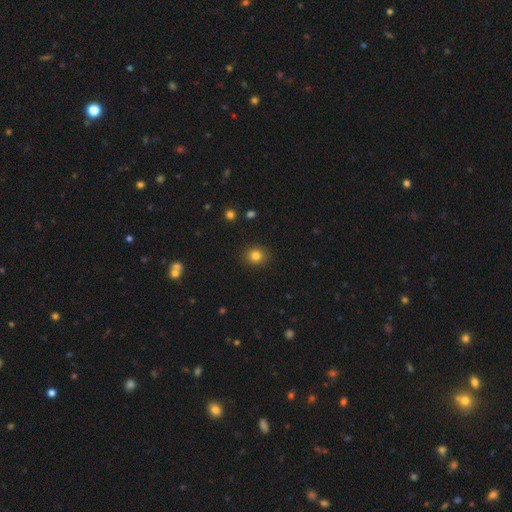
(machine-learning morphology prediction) smooth 82%, star or artifact 12%, featured or disk 6%. Down the decision tree: how rounded — round (81%); merging — none (90%).